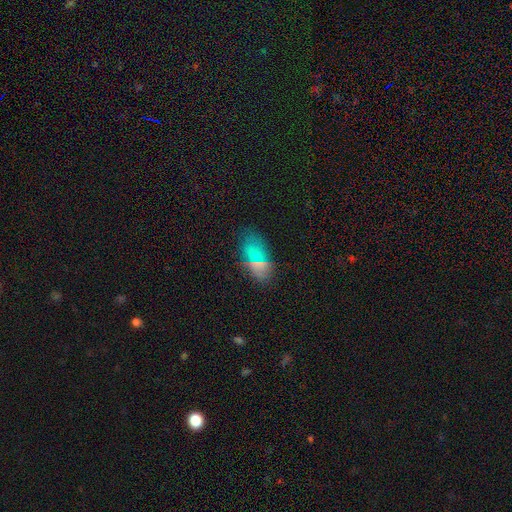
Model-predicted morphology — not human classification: Smooth or featured? smooth (60%)
How rounded? in between (87%)
Merging? none (77%)